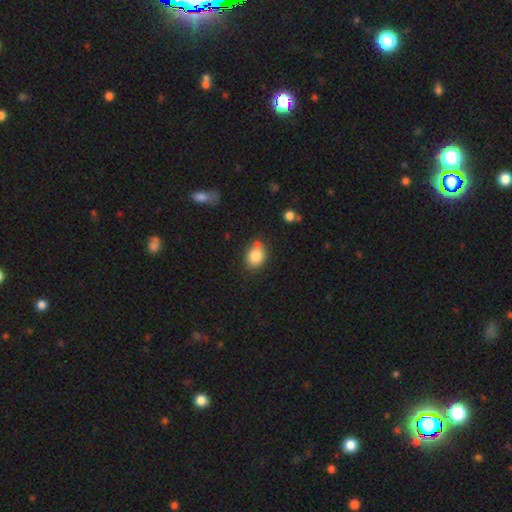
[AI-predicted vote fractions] The model was most divided on "how rounded": in between: 56%, round: 43%, cigar-shaped: 1%. More confident: smooth or featured — smooth (84%); merging — none (63%).